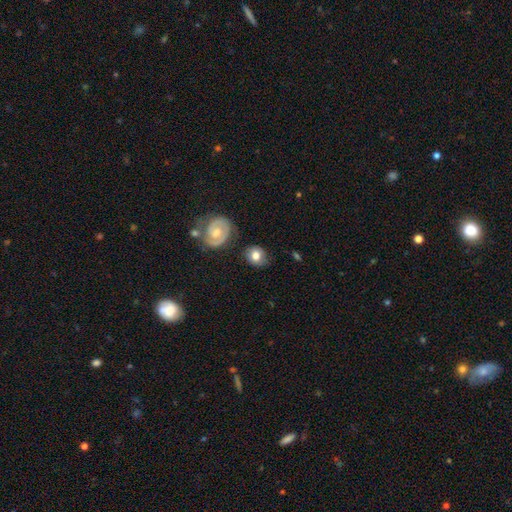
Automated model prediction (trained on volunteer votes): smooth 72%, featured or disk 20%, star or artifact 7%. Down the decision tree: how rounded — round (72%); merging — none (76%).